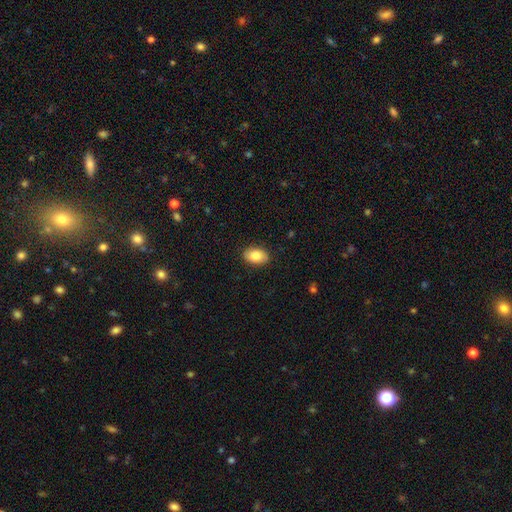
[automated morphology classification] Smooth or featured? smooth (82%)
How rounded? in between (89%)
Merging? none (88%)